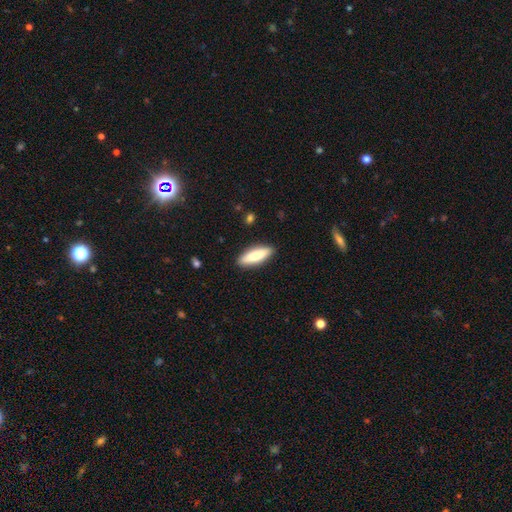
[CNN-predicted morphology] type=smooth (78%); roundness=in between (54%); merging=none (89%).